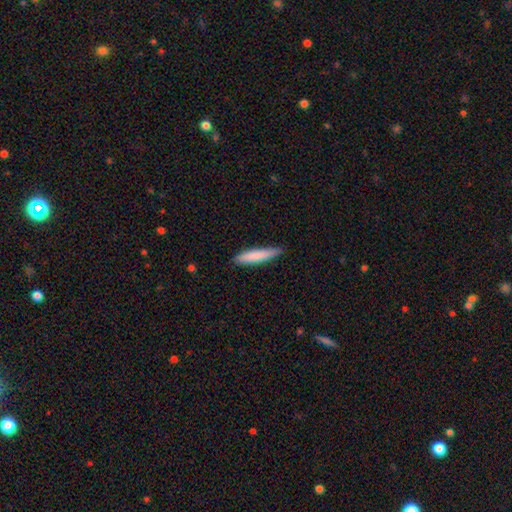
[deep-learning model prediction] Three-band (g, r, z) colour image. It shows a smooth galaxy with no disk features (81%) that is cigar-shaped (87%). Merging: none (82%).